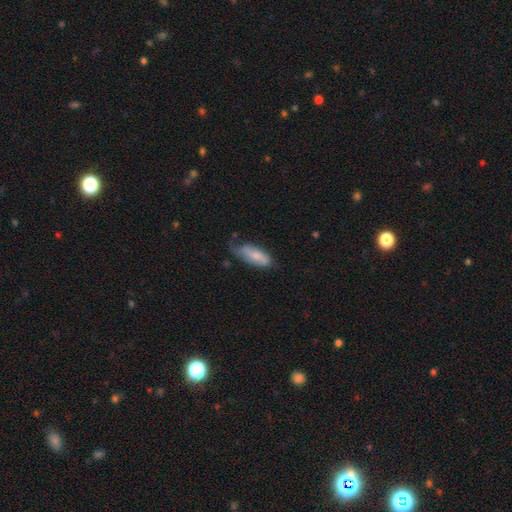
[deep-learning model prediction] This is likely a smooth galaxy (66%). How rounded: likely in between (69%). Merging: marginally none (44%).